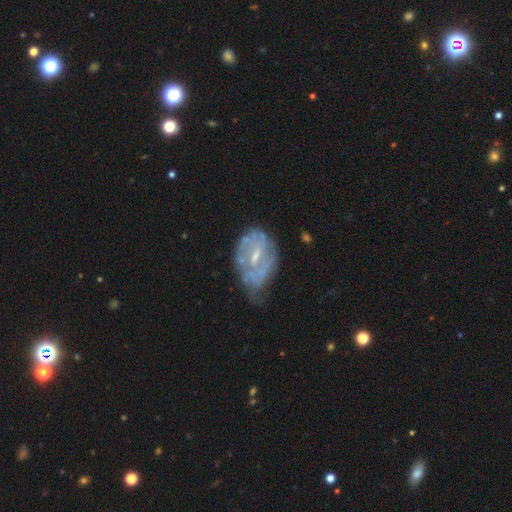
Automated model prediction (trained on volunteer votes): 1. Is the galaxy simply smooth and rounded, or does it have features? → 67% featured or disk, 24% smooth, 9% star or artifact.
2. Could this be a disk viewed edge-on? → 96% no, 4% yes.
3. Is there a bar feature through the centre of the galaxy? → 50% weak, 33% no, 17% strong.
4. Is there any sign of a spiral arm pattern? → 53% yes, 47% no.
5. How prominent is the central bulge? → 55% small, 33% moderate, 10% none, 1% large, 1% dominant.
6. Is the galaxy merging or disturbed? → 37% none, 36% minor disturbance, 22% major disturbance, 4% merger.